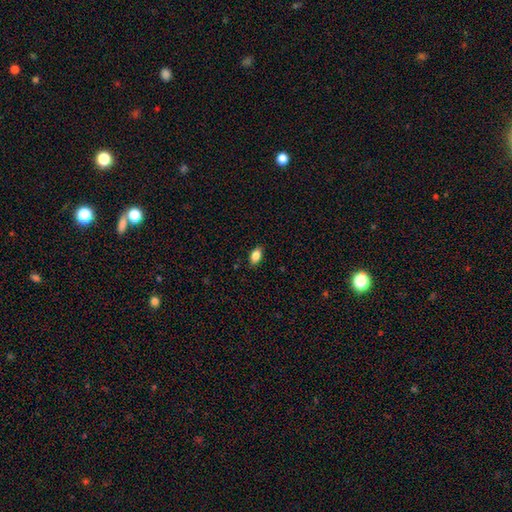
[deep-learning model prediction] Smooth or featured: smooth — 86% (star or artifact — 8%)
How rounded: in between — 90% (round — 6%)
Merging: none — 87% (minor disturbance — 10%)